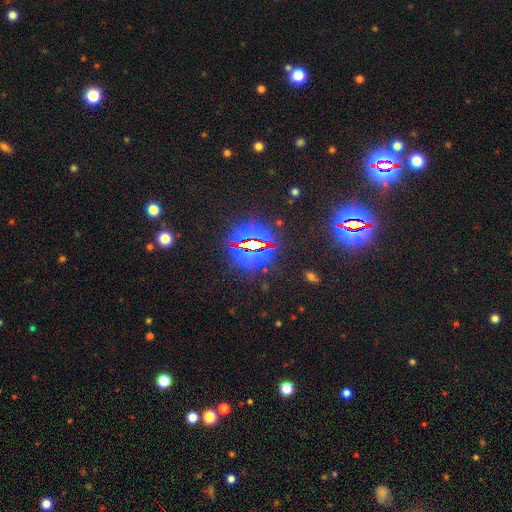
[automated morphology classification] This appears to be a star or artifact, not a galaxy (83%).